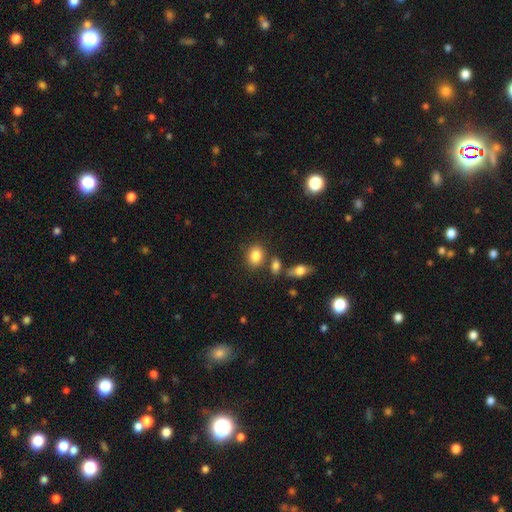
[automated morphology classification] Smooth or featured? Predicted: smooth (p=0.84). How rounded? Predicted: in between (p=0.53). Merging? Predicted: none (p=0.73).